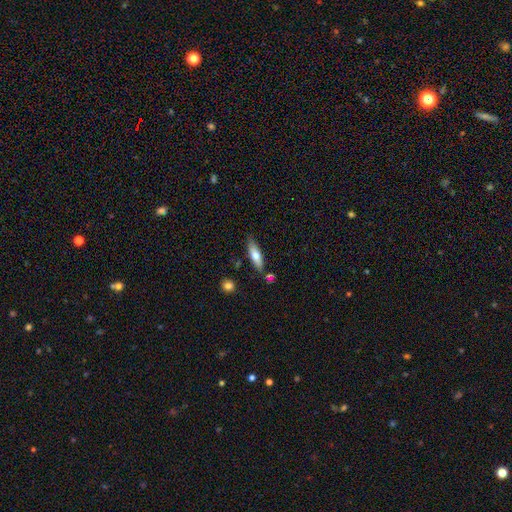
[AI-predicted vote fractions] smooth 65%, featured or disk 29%, star or artifact 6%. Down the decision tree: how rounded — cigar-shaped (56%); merging — none (76%).